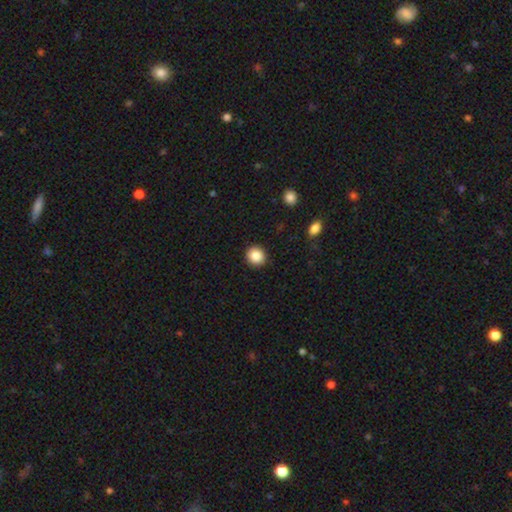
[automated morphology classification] type=smooth (86%); roundness=round (90%); merging=none (92%).